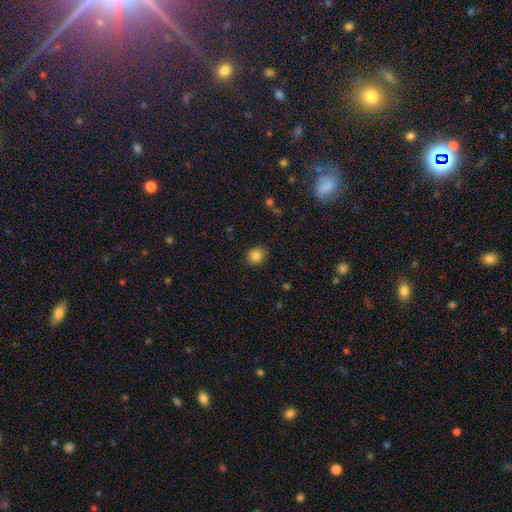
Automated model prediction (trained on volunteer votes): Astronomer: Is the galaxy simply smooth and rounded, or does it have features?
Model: smooth — 84%.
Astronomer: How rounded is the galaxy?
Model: round — 79%.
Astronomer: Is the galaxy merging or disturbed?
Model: none — 88%.